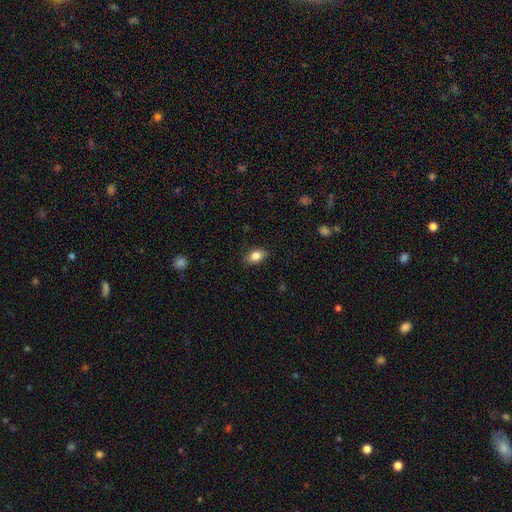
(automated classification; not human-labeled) A smooth galaxy with no disk features (85%) that is in between round and cigar-shaped (83%).

Vote fractions:
- Smooth or featured? smooth: 85% / star or artifact: 8% / featured or disk: 6%
- How rounded? in between: 83% / round: 15% / cigar-shaped: 2%
- Merging? none: 85% / minor disturbance: 11% / major disturbance: 2% / merger: 1%